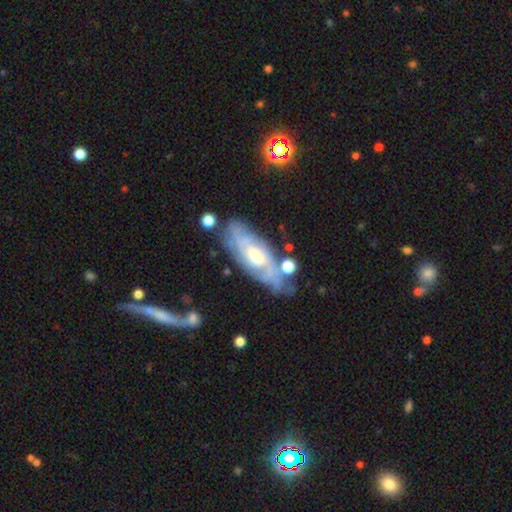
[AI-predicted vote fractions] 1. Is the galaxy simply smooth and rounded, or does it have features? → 81% featured or disk, 13% smooth, 6% star or artifact.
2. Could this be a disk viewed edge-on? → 86% no, 14% yes.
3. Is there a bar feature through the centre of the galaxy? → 58% no, 34% weak, 8% strong.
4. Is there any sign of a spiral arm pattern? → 91% yes, 9% no.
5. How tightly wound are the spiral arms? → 61% tight, 30% medium, 9% loose.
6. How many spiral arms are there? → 48% can't tell, 21% 2, 14% 3, 9% 4, 5% more than 4, 4% 1.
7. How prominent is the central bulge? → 62% moderate, 27% small, 8% large, 2% none, 1% dominant.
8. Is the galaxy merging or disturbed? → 68% none, 19% minor disturbance, 7% major disturbance, 5% merger.